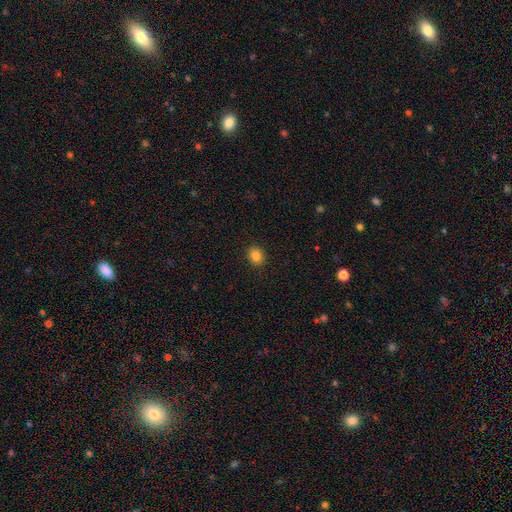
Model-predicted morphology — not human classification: smooth 85%, star or artifact 11%, featured or disk 5%. Down the decision tree: how rounded — round (61%); merging — none (91%).